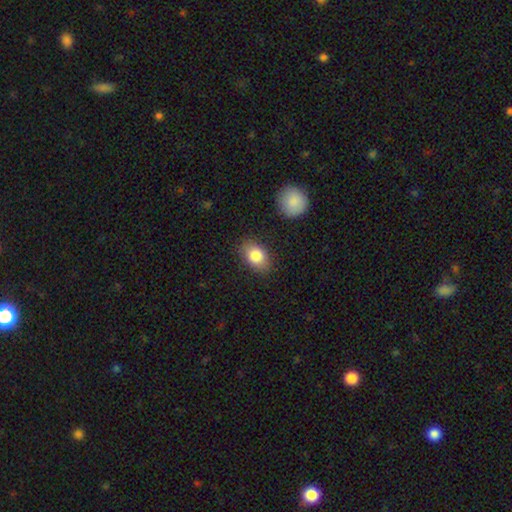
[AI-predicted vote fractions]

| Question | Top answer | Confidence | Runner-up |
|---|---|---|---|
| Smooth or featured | smooth | 83% | featured or disk (9%) |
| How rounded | in between | 84% | round (15%) |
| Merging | none | 82% | minor disturbance (13%) |